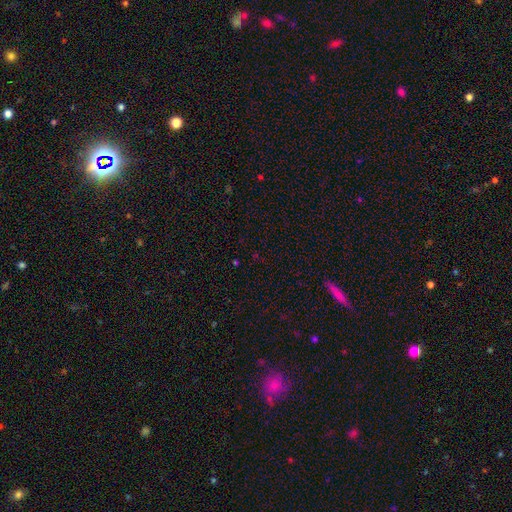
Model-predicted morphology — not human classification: star or artifact 64%, smooth 29%, featured or disk 7%.